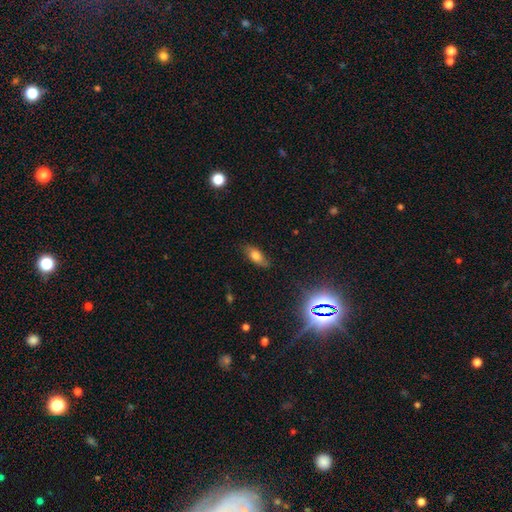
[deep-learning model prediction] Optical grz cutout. It shows a smooth galaxy with no disk features (67%) that is in between round and cigar-shaped (77%). Merging: none (76%).